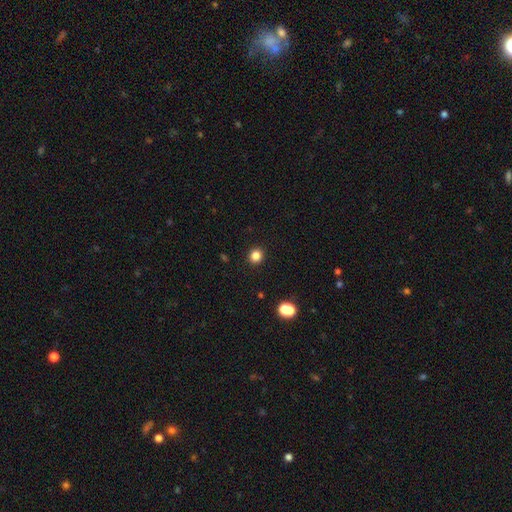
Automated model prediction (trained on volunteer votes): This appears to be a smooth galaxy with no disk features (83%) that is round (88%). Merging: none (92%).